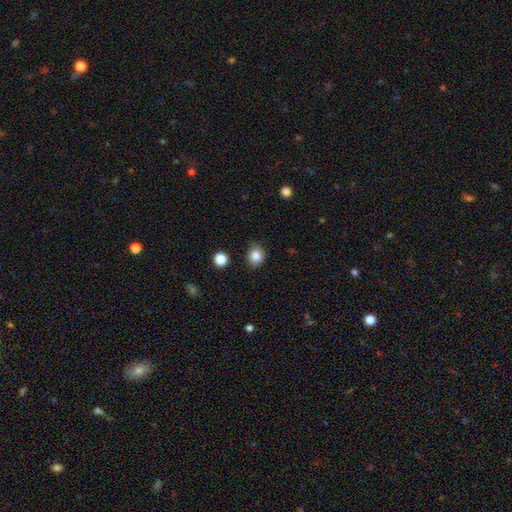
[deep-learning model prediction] smooth_or_featured: smooth (p=0.84) [alt: star or artifact p=0.11]
how_rounded: round (p=0.76) [alt: in between p=0.23]
merging: none (p=0.83) [alt: minor disturbance p=0.12]